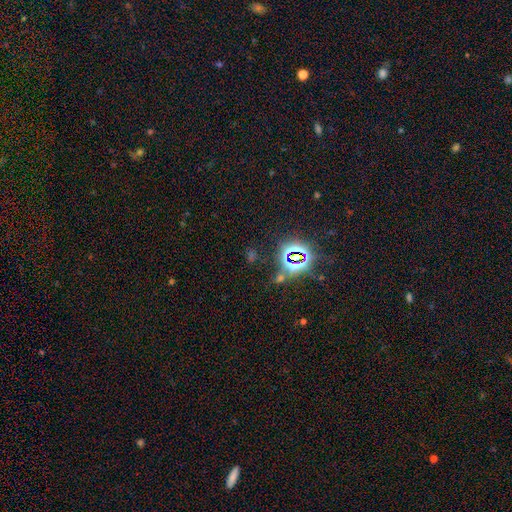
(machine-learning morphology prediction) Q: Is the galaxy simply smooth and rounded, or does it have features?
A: star or artifact — 77%.